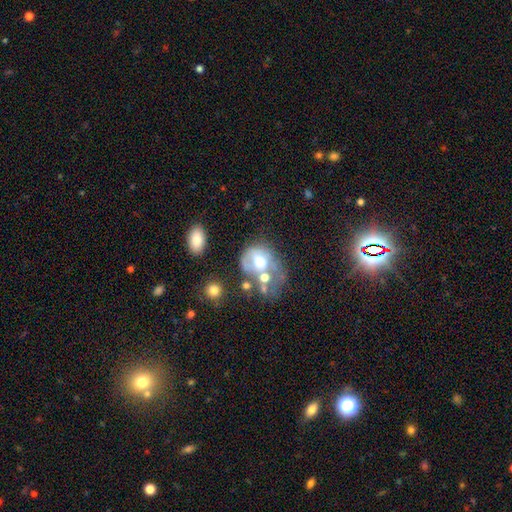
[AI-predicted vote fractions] This appears to be a featured or disk galaxy (45%). Merging: merger (38%).